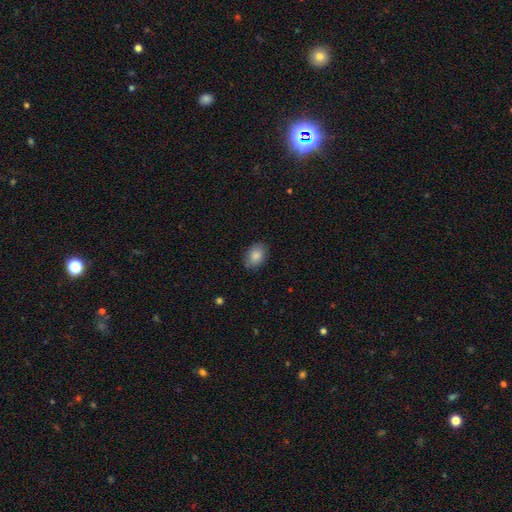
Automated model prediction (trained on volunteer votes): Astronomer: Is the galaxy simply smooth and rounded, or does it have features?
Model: smooth — 86%.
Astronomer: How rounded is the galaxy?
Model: in between — 80%.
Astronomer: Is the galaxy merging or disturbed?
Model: none — 83%.